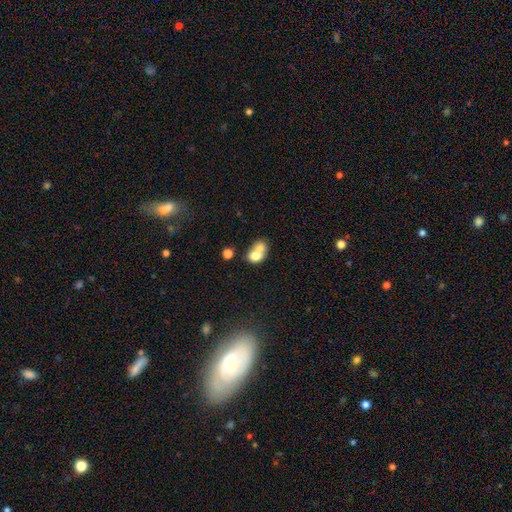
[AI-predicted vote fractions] Overall: smooth (68%). How rounded: in between (58%; round 41%). Merging: merger (67%).